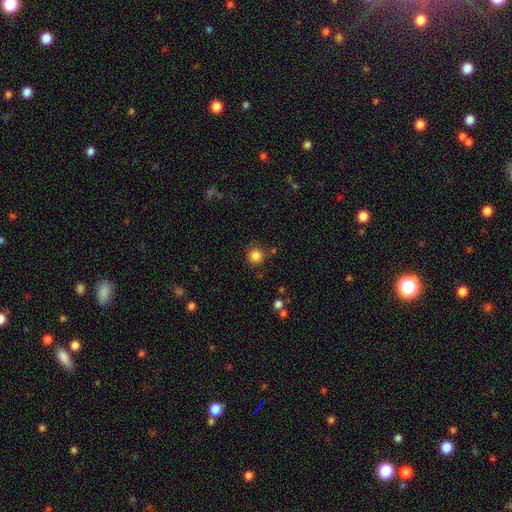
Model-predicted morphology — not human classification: Smooth or featured?
  - smooth: 85% *
  - star or artifact: 11%
  - featured or disk: 4%
How rounded?
  - round: 94% *
  - in between: 5%
  - cigar-shaped: 1%
Merging?
  - none: 83% *
  - minor disturbance: 9%
  - merger: 4%
  - major disturbance: 3%